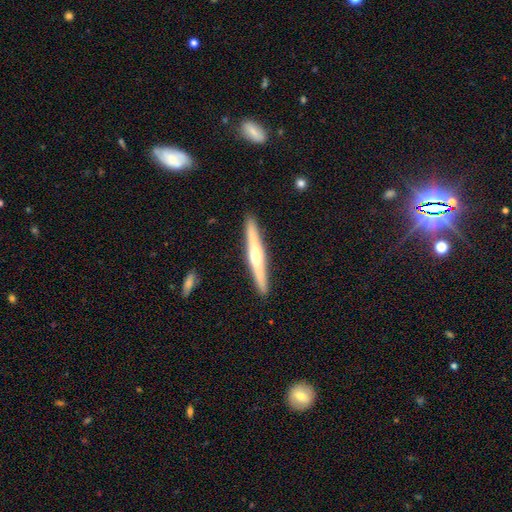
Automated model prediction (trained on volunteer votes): This is likely a featured or disk galaxy (68%). It is clearly viewed edge-on (97%). Edge-on bulge: clearly rounded (87%). Merging: clearly none (92%).